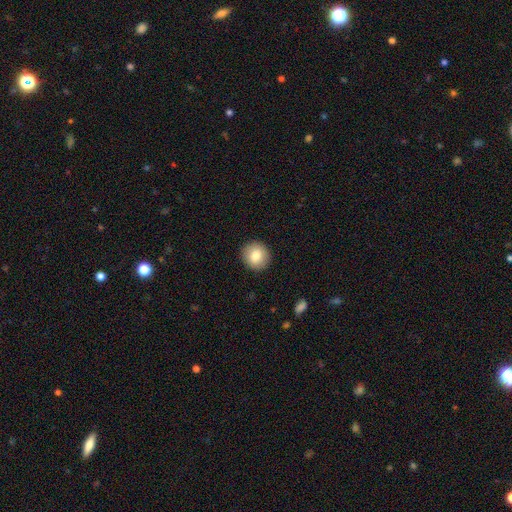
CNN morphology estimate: Q: Smooth or featured?
A: smooth (81%); runner-up: featured or disk (10%)
Q: How rounded?
A: round (91%); runner-up: in between (8%)
Q: Merging?
A: none (92%); runner-up: minor disturbance (6%)